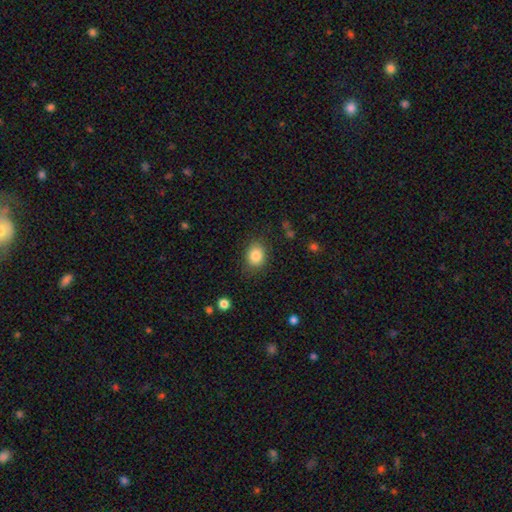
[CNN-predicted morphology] smooth 85%, star or artifact 9%, featured or disk 6%. Down the decision tree: how rounded — round (50%); merging — none (83%).